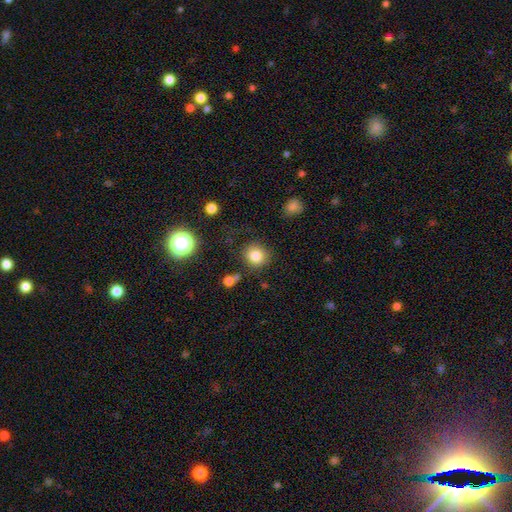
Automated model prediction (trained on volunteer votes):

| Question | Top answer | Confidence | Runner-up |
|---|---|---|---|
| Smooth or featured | smooth | 82% | star or artifact (12%) |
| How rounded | round | 87% | in between (12%) |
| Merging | none | 80% | minor disturbance (11%) |